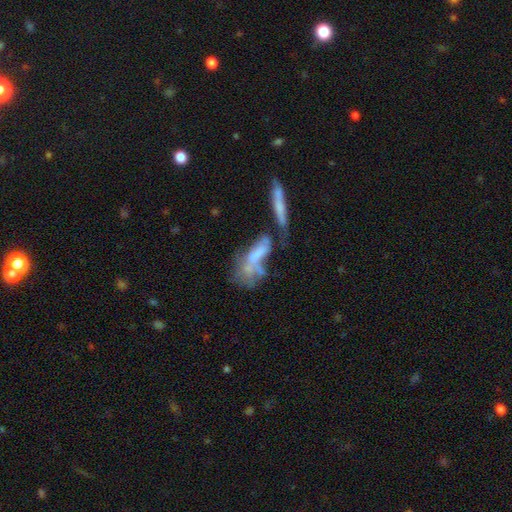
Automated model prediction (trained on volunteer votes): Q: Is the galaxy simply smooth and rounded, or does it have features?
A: featured or disk — 47%.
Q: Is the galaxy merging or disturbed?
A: merger — 48%.